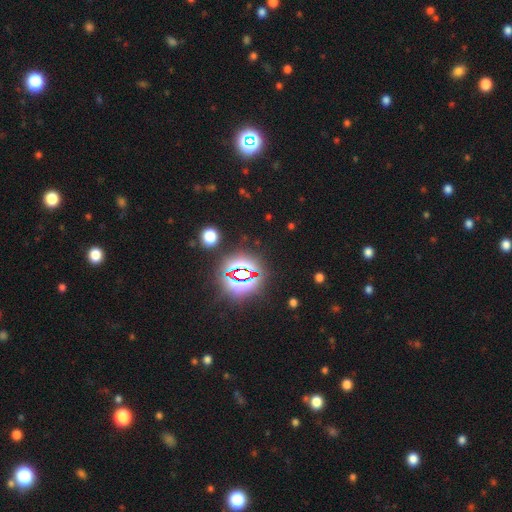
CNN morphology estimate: A star or artifact, not a galaxy (81%).